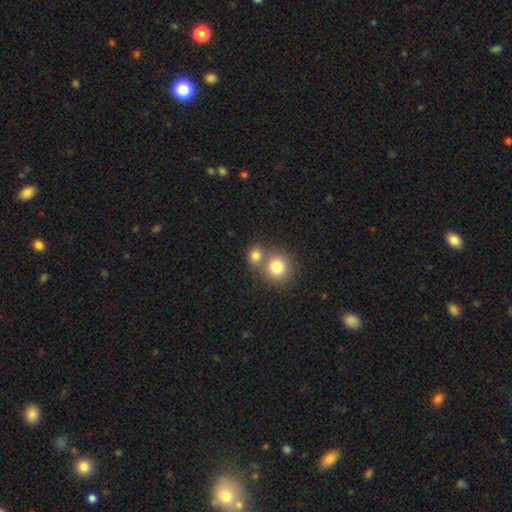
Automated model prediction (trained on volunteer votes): A smooth galaxy with no disk features (80%) that is round (78%).

Vote fractions:
- Smooth or featured? smooth: 80% / star or artifact: 11% / featured or disk: 8%
- How rounded? round: 78% / in between: 21% / cigar-shaped: 1%
- Merging? none: 48% / merger: 42% / minor disturbance: 7% / major disturbance: 3%